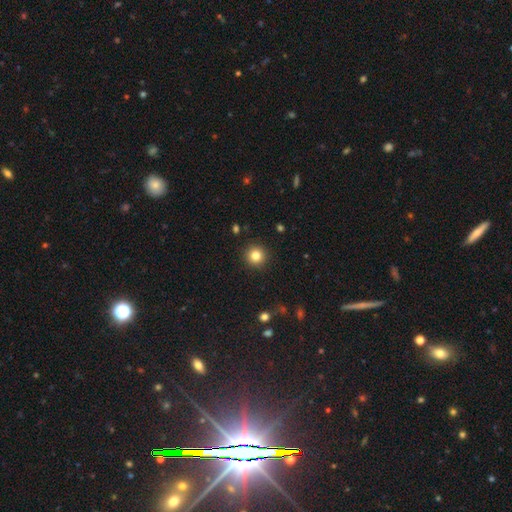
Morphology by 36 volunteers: Overall: smooth (86%). How rounded: round (97%). Merging: none (94%).